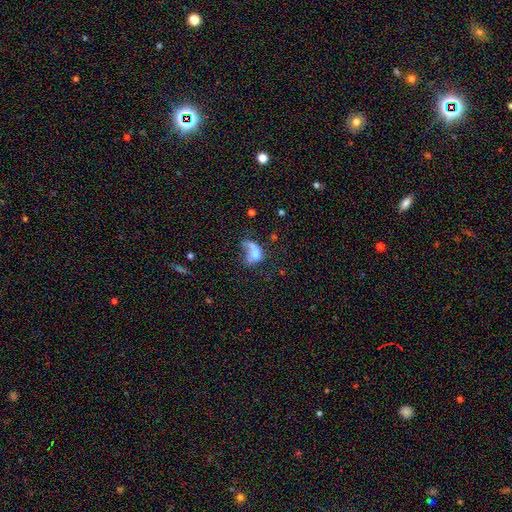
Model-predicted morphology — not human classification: This is possibly a smooth galaxy (53%). How rounded: likely in between (72%). Merging: marginally major disturbance (35%).